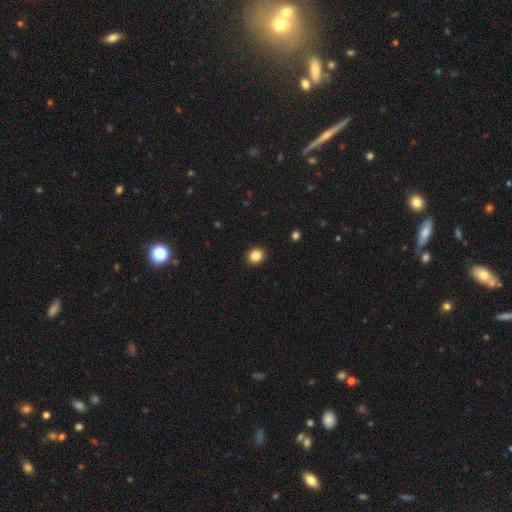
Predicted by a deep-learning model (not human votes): Smooth or featured?
  - smooth: 85% *
  - star or artifact: 10%
  - featured or disk: 5%
How rounded?
  - round: 77% *
  - in between: 23%
  - cigar-shaped: 1%
Merging?
  - none: 93% *
  - minor disturbance: 5%
  - major disturbance: 1%
  - merger: 1%